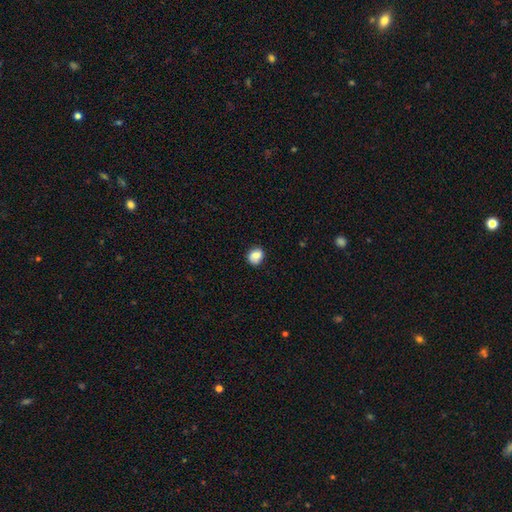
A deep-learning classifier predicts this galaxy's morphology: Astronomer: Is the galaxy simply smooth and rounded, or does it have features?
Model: smooth — 81%.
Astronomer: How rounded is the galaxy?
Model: round — 68%.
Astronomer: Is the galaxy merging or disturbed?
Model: none — 75%.